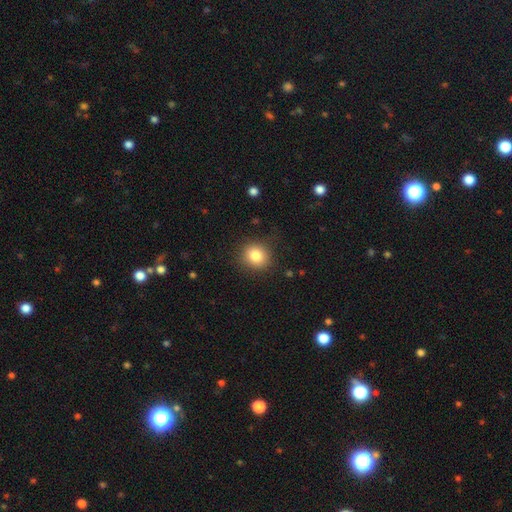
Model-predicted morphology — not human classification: Smooth or featured? Predicted: smooth (p=0.83). How rounded? Predicted: round (p=0.82). Merging? Predicted: none (p=0.86).